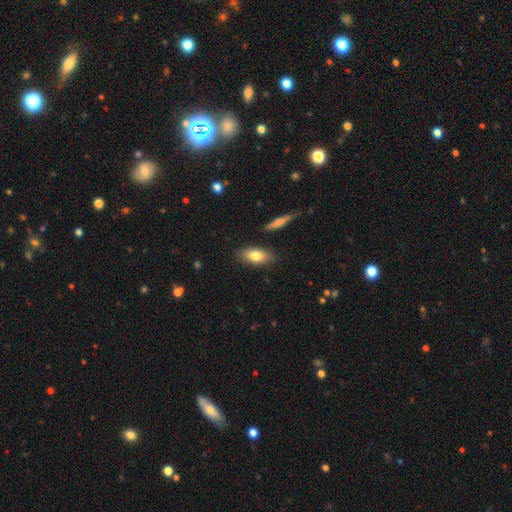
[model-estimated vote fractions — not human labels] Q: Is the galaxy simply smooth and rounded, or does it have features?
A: smooth — 76%.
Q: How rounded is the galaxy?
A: in between — 83%.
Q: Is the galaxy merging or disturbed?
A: none — 84%.